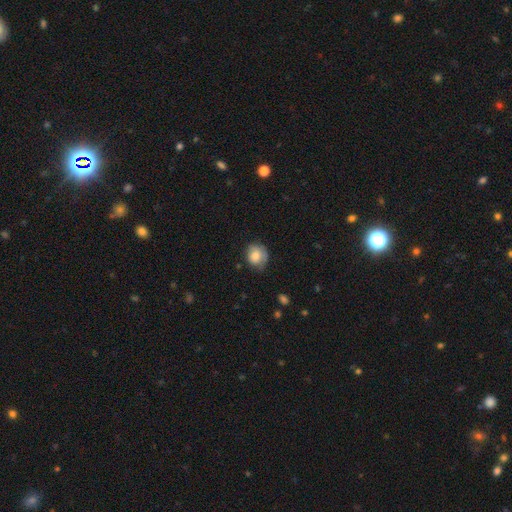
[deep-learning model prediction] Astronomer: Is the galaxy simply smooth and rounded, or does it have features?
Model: smooth — 76%.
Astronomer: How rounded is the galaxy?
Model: round — 69%.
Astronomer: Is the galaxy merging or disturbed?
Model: none — 61%.